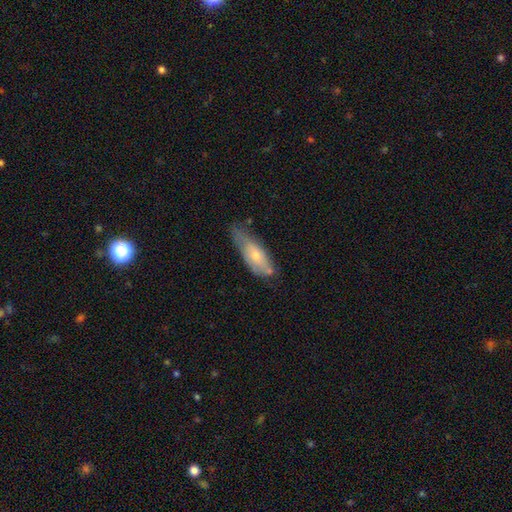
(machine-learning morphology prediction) A smooth galaxy with no disk features (58%) that is in between round and cigar-shaped (67%).

Vote fractions:
- Smooth or featured? smooth: 58% / featured or disk: 36% / star or artifact: 6%
- How rounded? in between: 67% / cigar-shaped: 31% / round: 2%
- Merging? none: 40% (tied) / minor disturbance: 40% (tied) / major disturbance: 14% / merger: 6%